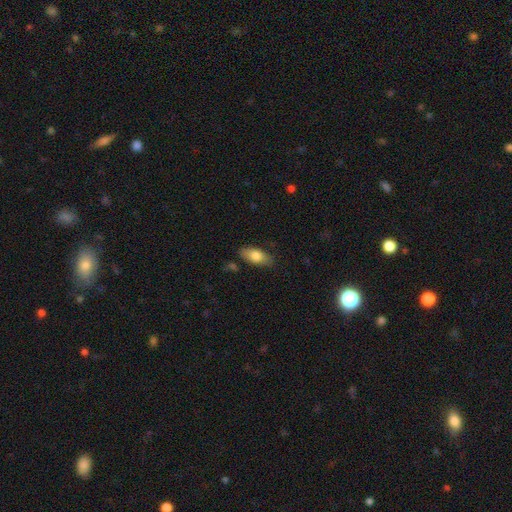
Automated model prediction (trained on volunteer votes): smooth 79%, featured or disk 15%, star or artifact 6%. Down the decision tree: how rounded — in between (87%); merging — none (83%).